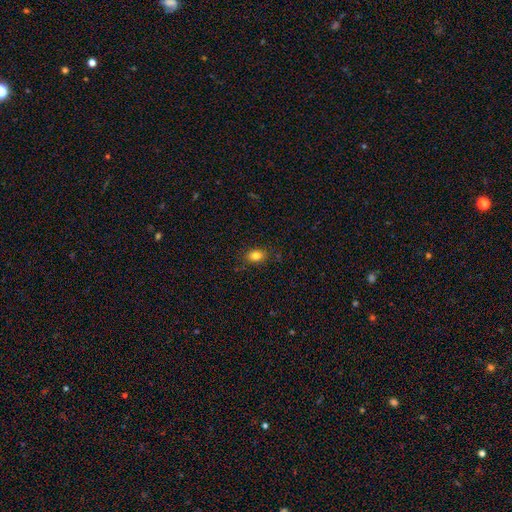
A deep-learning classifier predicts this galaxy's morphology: The model was most divided on "how rounded": in between: 71%, round: 27%, cigar-shaped: 1%. More confident: merging — none (84%); smooth or featured — smooth (82%).